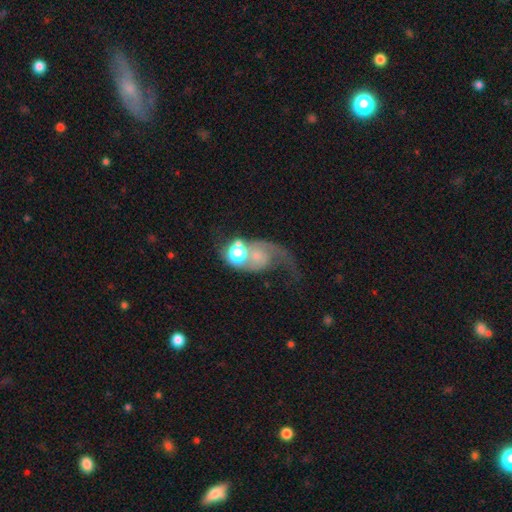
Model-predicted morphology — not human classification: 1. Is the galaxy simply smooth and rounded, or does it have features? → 59% featured or disk, 30% smooth, 11% star or artifact.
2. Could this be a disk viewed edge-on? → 96% no, 4% yes.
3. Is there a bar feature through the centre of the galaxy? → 76% no, 19% weak, 5% strong.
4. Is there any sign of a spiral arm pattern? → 76% yes, 24% no.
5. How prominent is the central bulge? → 39% moderate, 23% small, 21% large, 8% dominant, 8% none.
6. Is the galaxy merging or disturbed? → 42% merger, 32% major disturbance, 17% none, 9% minor disturbance.